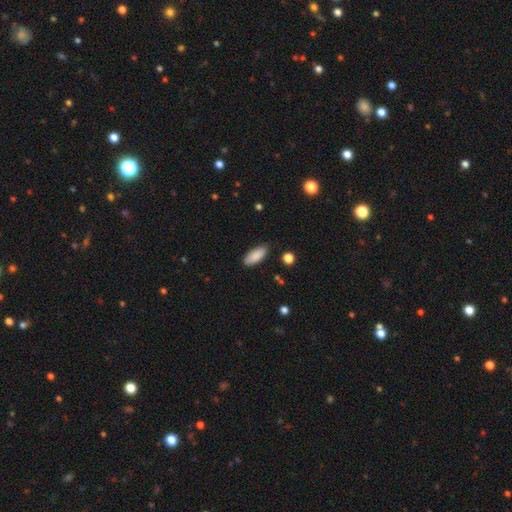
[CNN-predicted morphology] Smooth or featured: smooth — 88% (star or artifact — 6%)
How rounded: in between — 81% (cigar-shaped — 17%)
Merging: none — 84% (minor disturbance — 12%)